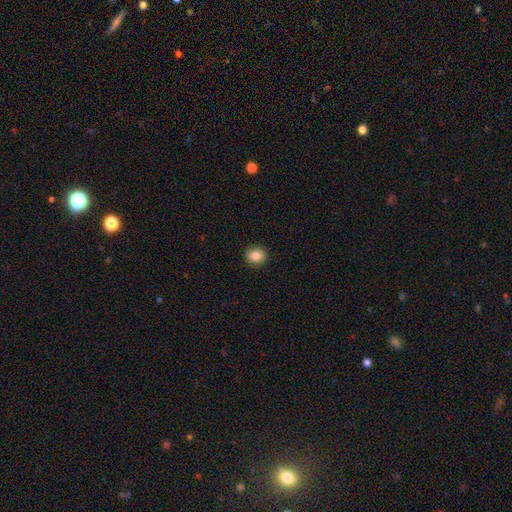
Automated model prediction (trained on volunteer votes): Smooth or featured? smooth (84%)
How rounded? round (85%)
Merging? none (92%)